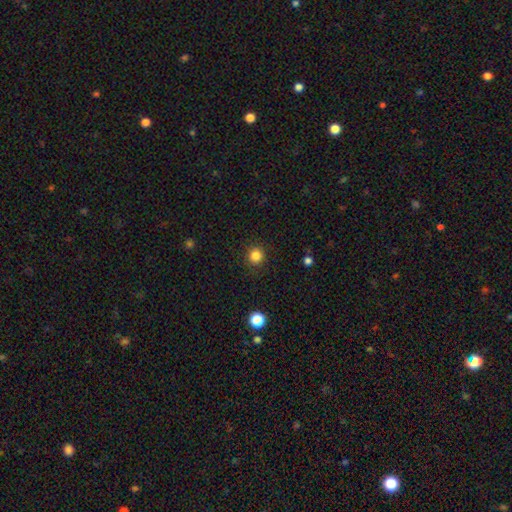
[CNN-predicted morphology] smooth-or-featured: smooth: 84% | star or artifact: 12% | featured or disk: 4%
  how-rounded: round: 94% | in between: 5% | cigar-shaped: 1%
  merging: none: 90% | minor disturbance: 6% | major disturbance: 2% | merger: 1%